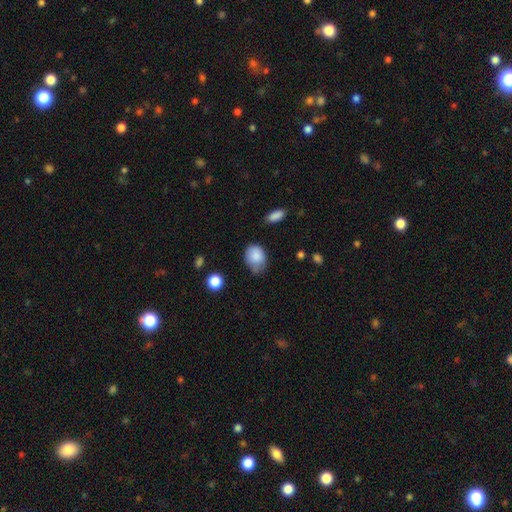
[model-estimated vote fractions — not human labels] Q: Smooth or featured?
A: smooth (84%); runner-up: featured or disk (8%)
Q: How rounded?
A: in between (65%); runner-up: round (34%)
Q: Merging?
A: none (45%); runner-up: minor disturbance (40%)